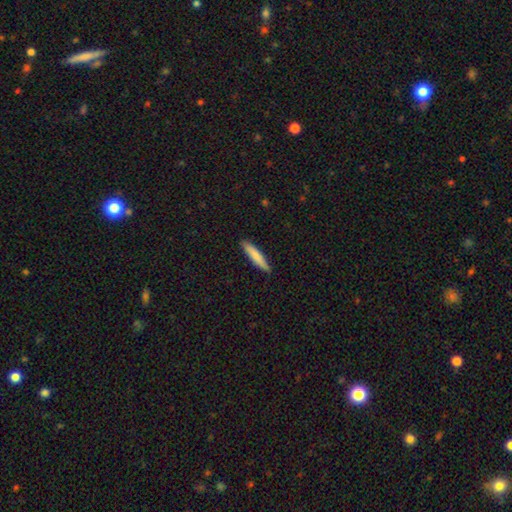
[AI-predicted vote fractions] Overall: smooth (80%). How rounded: cigar-shaped (89%). Merging: none (89%).